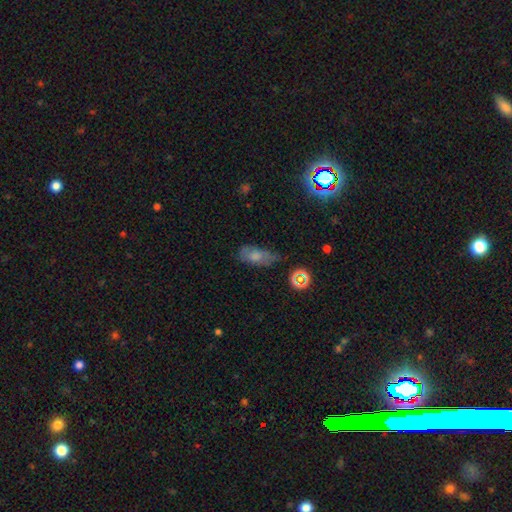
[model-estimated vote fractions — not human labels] A smooth galaxy with no disk features (65%) that is in between round and cigar-shaped (82%). Merging: none (45%).